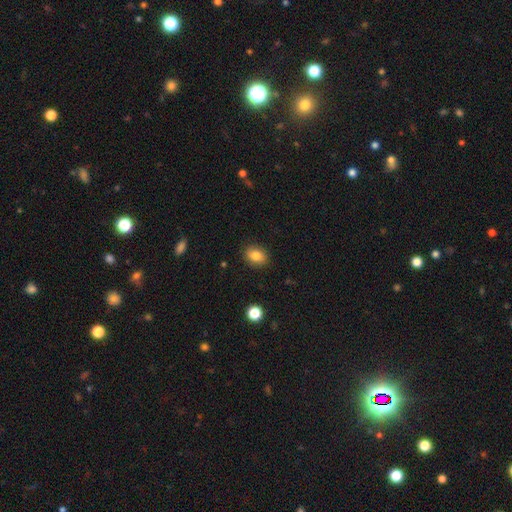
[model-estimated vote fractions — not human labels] Overall: smooth (84%). How rounded: in between (70%). Merging: none (87%).